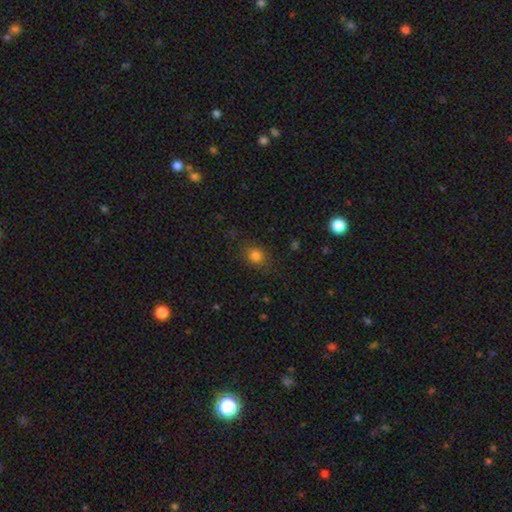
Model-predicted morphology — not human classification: Smooth or featured: smooth — 80% (star or artifact — 13%)
How rounded: round — 53% (in between — 45%)
Merging: none — 79% (minor disturbance — 15%)